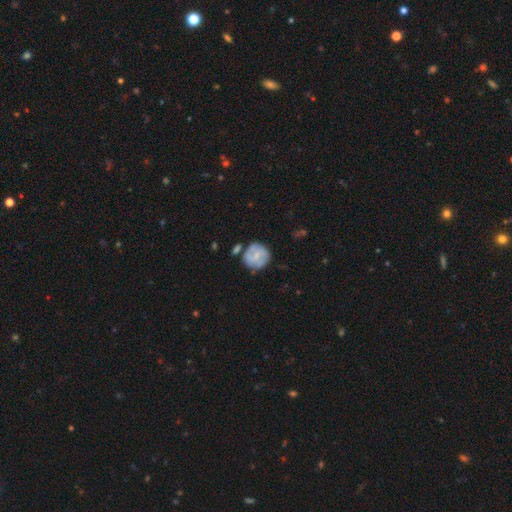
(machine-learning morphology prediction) The model was most divided on "smooth or featured": smooth: 47%, featured or disk: 46%, star or artifact: 7%. More confident: merging — none (60%).